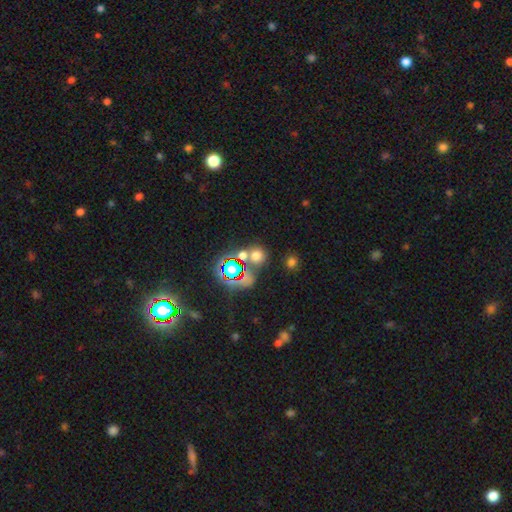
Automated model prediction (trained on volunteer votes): This is likely a smooth galaxy (60%). How rounded: clearly round (82%). Merging: likely none (61%).